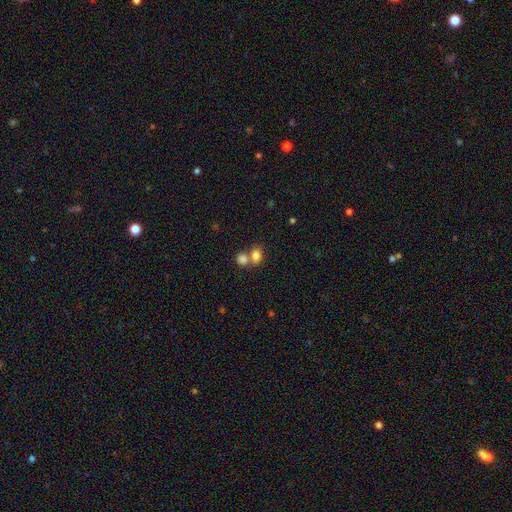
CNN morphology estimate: smooth_or_featured: smooth (p=0.82) [alt: star or artifact p=0.11]
how_rounded: in between (p=0.57) [alt: round p=0.42]
merging: merger (p=0.48) [alt: none p=0.40]